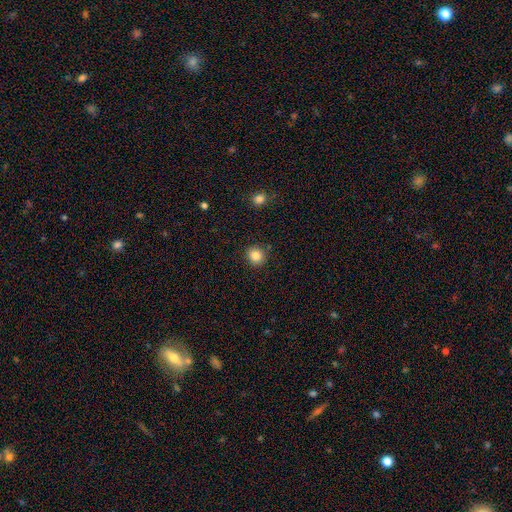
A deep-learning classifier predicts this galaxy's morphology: type=smooth (85%); roundness=round (87%); merging=none (89%).